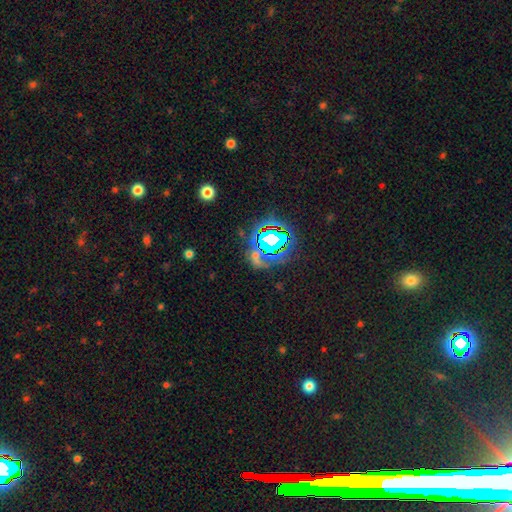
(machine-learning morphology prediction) smooth_or_featured: star or artifact (p=0.71) [alt: smooth p=0.16]